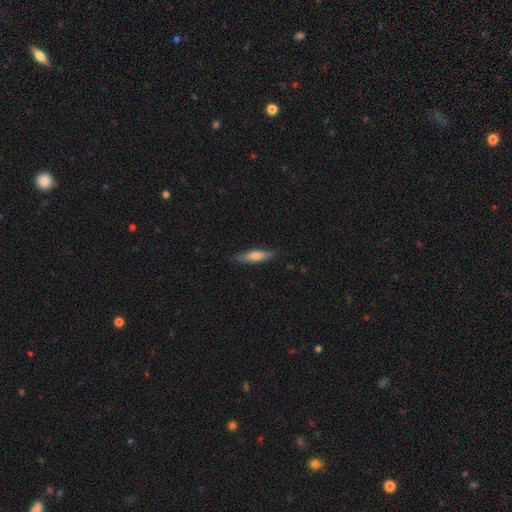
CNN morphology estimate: Smooth or featured? Predicted: smooth (p=0.62). How rounded? Predicted: cigar-shaped (p=0.76). Merging? Predicted: none (p=0.85).